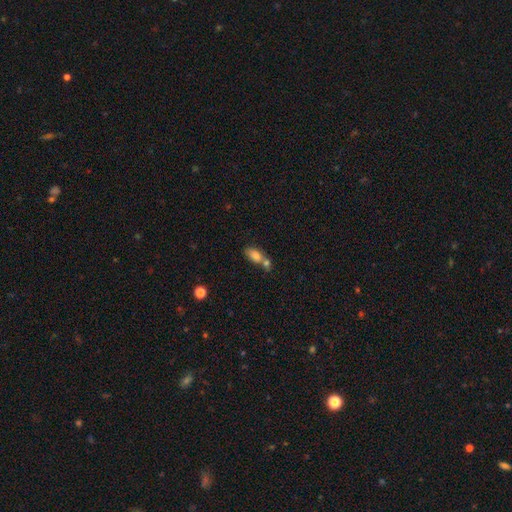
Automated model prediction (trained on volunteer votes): smooth_or_featured: smooth (p=0.79) [alt: featured or disk p=0.12]
how_rounded: in between (p=0.87) [alt: round p=0.08]
merging: merger (p=0.50) [alt: none p=0.33]